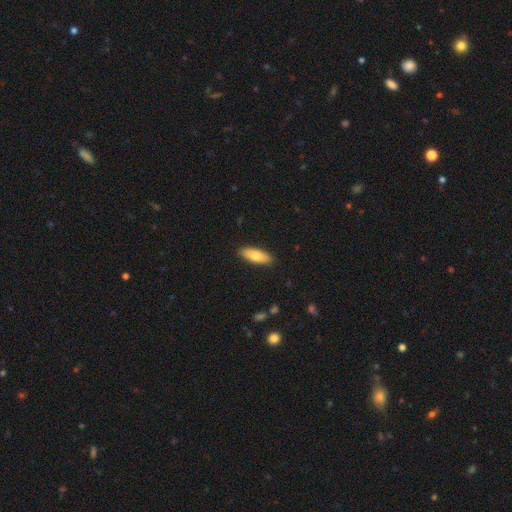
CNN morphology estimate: smooth_or_featured: smooth (p=0.76) [alt: featured or disk p=0.18]
how_rounded: in between (p=0.70) [alt: cigar-shaped p=0.28]
merging: none (p=0.89) [alt: minor disturbance p=0.08]